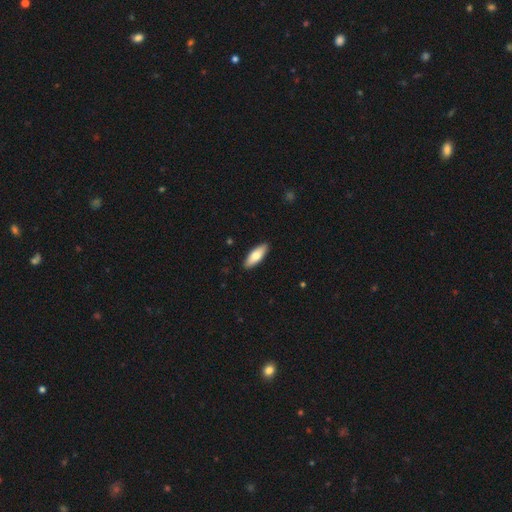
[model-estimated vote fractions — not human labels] Q: Smooth or featured?
A: smooth (77%); runner-up: featured or disk (18%)
Q: How rounded?
A: in between (63%); runner-up: cigar-shaped (36%)
Q: Merging?
A: none (90%); runner-up: minor disturbance (8%)